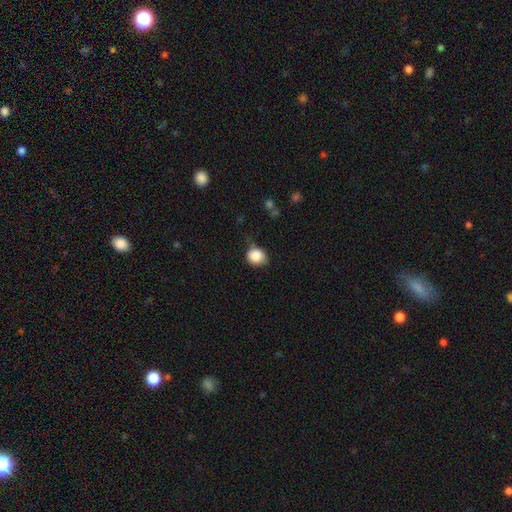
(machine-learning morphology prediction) Smooth or featured: smooth — 86% (star or artifact — 8%)
How rounded: round — 74% (in between — 25%)
Merging: none — 58% (minor disturbance — 32%)